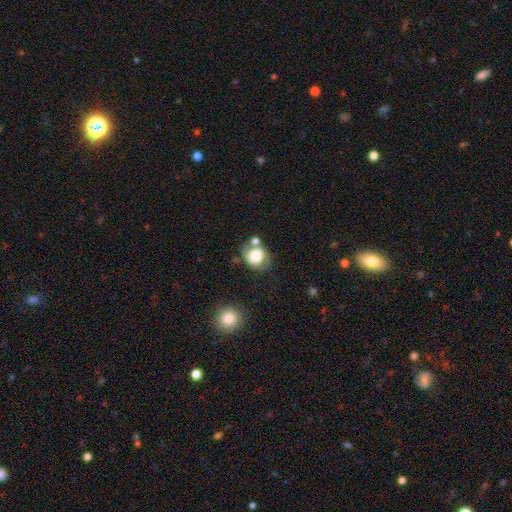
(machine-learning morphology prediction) A smooth galaxy with no disk features (65%) that is round (61%).

Vote fractions:
- Smooth or featured? smooth: 65% / featured or disk: 26% / star or artifact: 9%
- How rounded? round: 61% / in between: 38% / cigar-shaped: 1%
- Merging? none: 51% / minor disturbance: 22% / merger: 18% / major disturbance: 9%